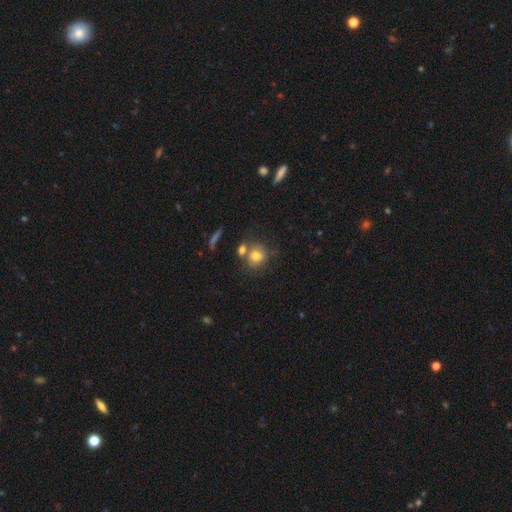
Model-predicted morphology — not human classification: A smooth galaxy with no disk features (74%) that is round (81%). Merging: none (53%).